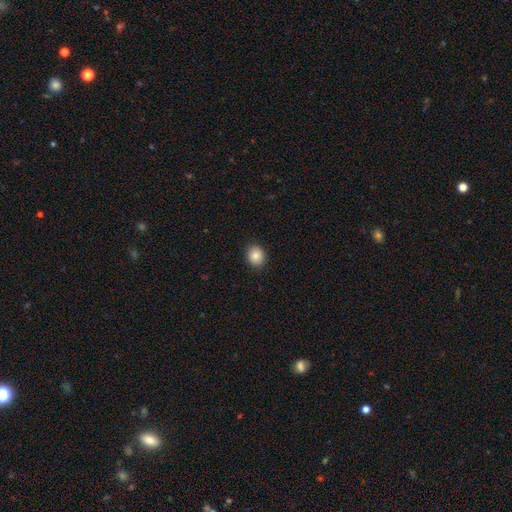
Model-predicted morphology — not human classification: Q: Smooth or featured?
A: smooth (86%); runner-up: star or artifact (9%)
Q: How rounded?
A: round (59%); runner-up: in between (40%)
Q: Merging?
A: none (90%); runner-up: minor disturbance (8%)